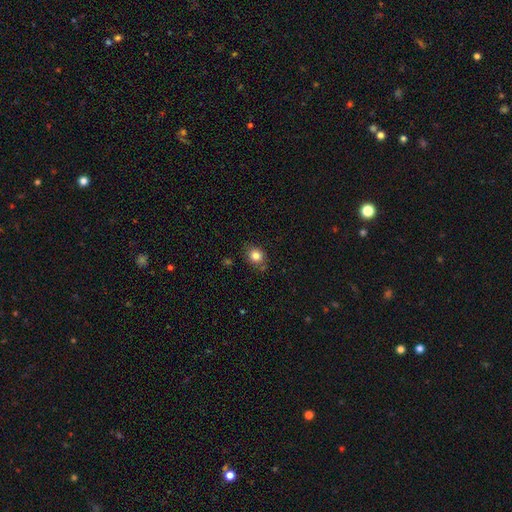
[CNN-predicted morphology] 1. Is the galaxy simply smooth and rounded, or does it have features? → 82% smooth, 11% star or artifact, 7% featured or disk.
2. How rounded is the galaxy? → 72% round, 27% in between, 1% cigar-shaped.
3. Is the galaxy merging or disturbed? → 76% none, 15% minor disturbance, 5% merger, 4% major disturbance.